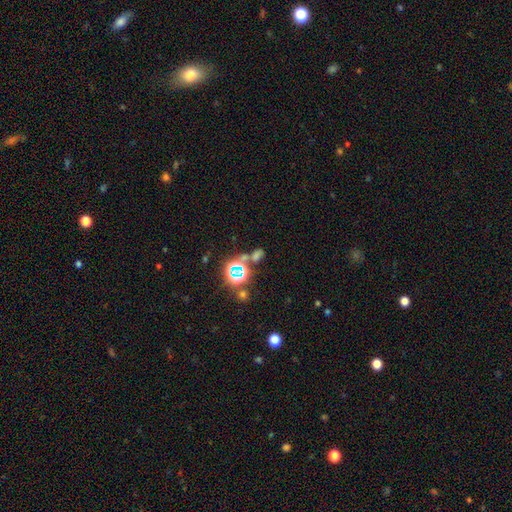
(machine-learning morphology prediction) Smooth or featured? Predicted: star or artifact (p=0.61).